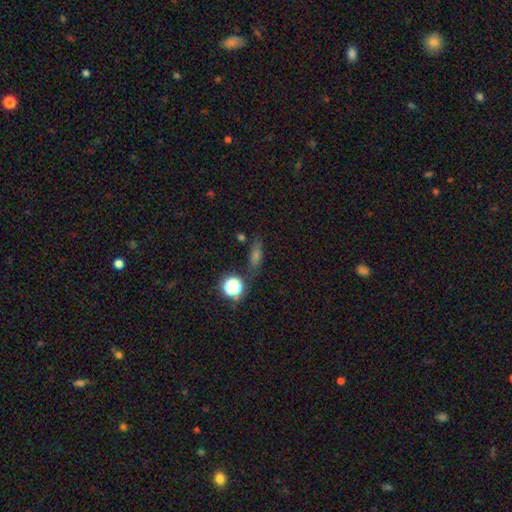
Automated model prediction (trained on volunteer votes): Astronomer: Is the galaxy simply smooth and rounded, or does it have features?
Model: smooth — 47% (runner-up: star or artifact, 30%).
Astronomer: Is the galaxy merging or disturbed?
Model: none — 78%.